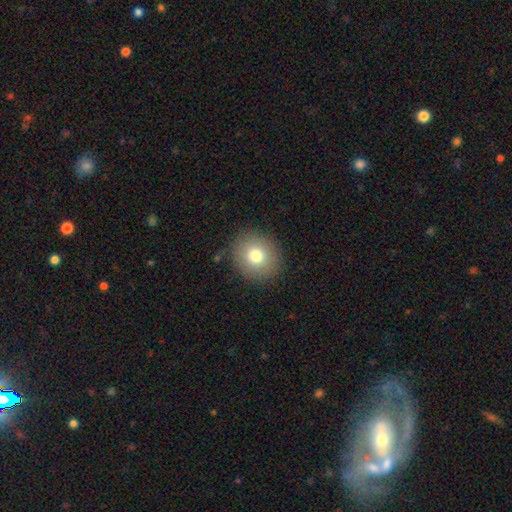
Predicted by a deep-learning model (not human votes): Smooth or featured?
  - smooth: 77% *
  - featured or disk: 12%
  - star or artifact: 11%
How rounded?
  - round: 86% *
  - in between: 13%
  - cigar-shaped: 1%
Merging?
  - none: 87% *
  - minor disturbance: 8%
  - major disturbance: 3%
  - merger: 1%